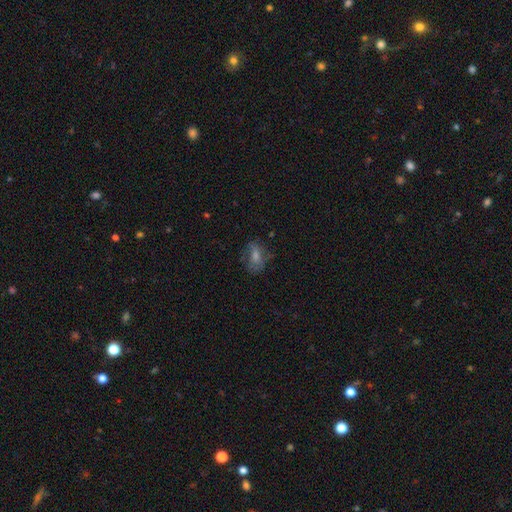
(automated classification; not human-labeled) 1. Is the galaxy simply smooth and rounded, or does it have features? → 43% featured or disk, 39% smooth, 18% star or artifact.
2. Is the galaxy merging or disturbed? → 63% none, 22% minor disturbance, 13% major disturbance, 2% merger.